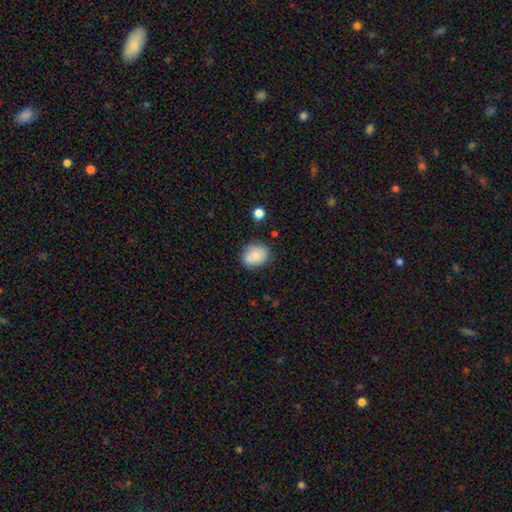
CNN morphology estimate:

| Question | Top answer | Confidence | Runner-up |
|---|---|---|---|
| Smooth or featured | smooth | 69% | featured or disk (23%) |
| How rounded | round | 50% | in between (49%) |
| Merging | none | 74% | minor disturbance (19%) |